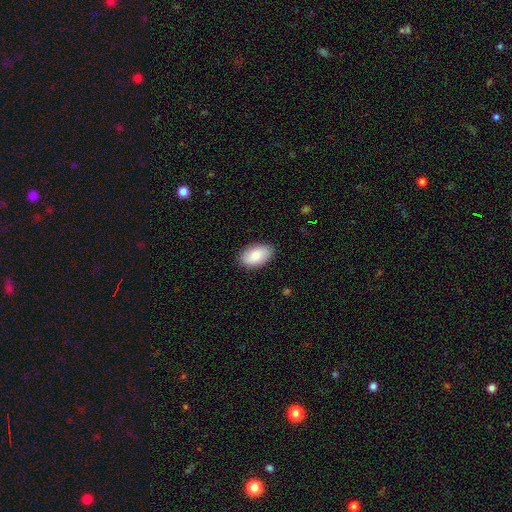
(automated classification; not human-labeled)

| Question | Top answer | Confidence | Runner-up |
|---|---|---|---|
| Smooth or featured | smooth | 85% | featured or disk (9%) |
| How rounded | in between | 94% | round (4%) |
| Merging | none | 88% | minor disturbance (9%) |